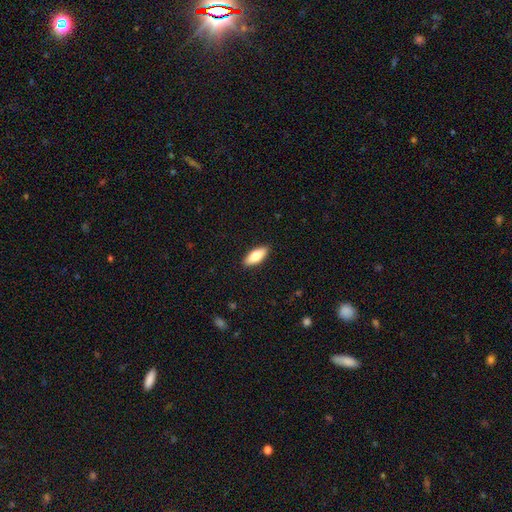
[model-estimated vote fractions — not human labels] Overall: smooth (77%). How rounded: in between (78%). Merging: none (90%).